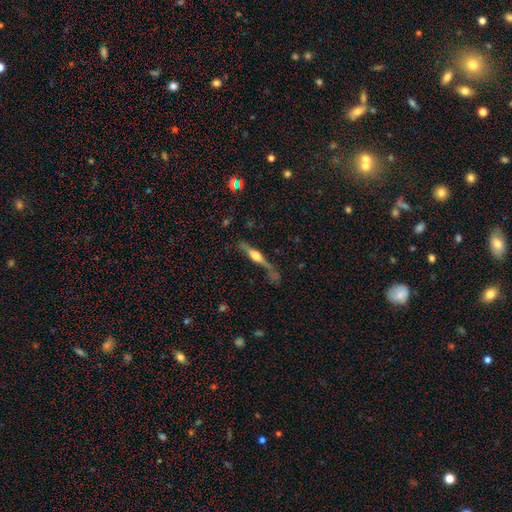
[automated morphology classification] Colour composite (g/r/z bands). It shows a featured or disk galaxy (72%) viewed edge-on (96%) with a rounded central bulge (88%). Merging: none (70%).